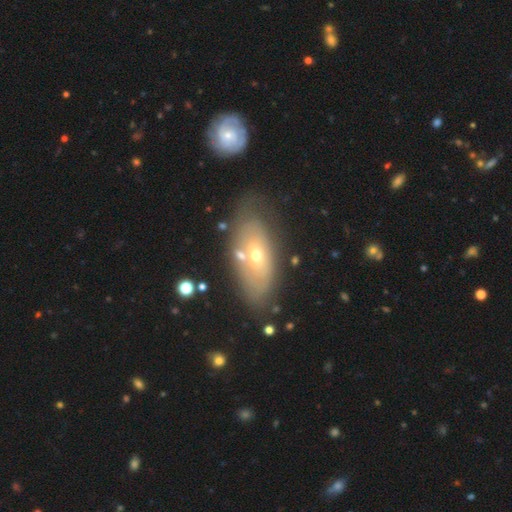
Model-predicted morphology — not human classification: The model was most divided on "smooth or featured": featured or disk: 46%, smooth: 45%, star or artifact: 9%. More confident: merging — none (62%).